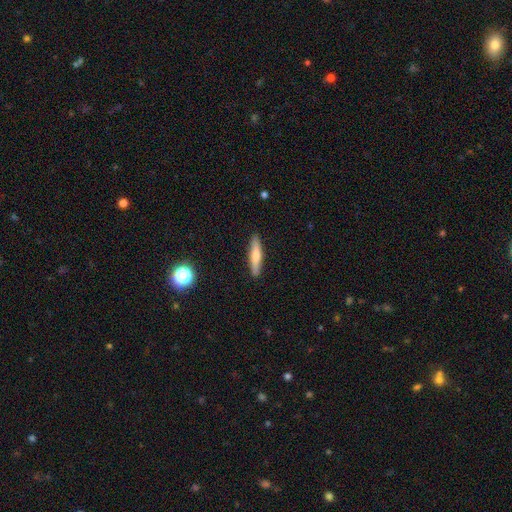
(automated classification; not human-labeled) Morphology: type=smooth (65%); roundness=cigar-shaped (87%); merging=none (90%).